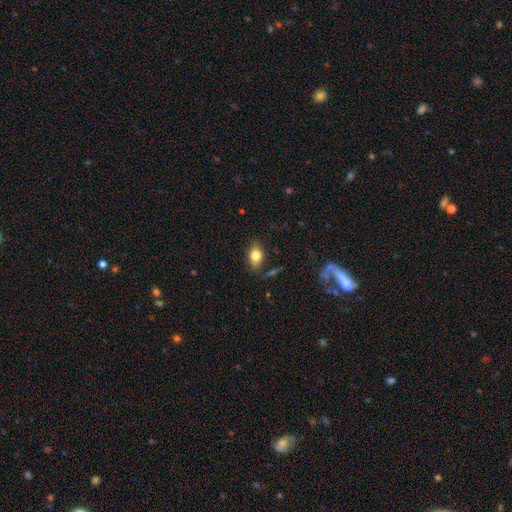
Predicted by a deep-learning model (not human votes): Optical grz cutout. It shows a smooth galaxy with no disk features (75%) that is in between round and cigar-shaped (82%). Merging: none (78%).